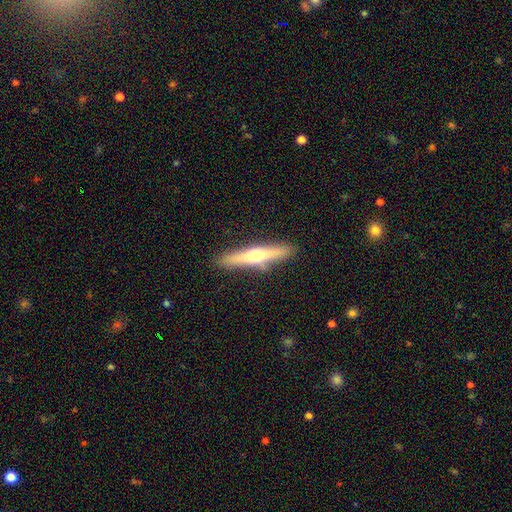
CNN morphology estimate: featured or disk 55%, smooth 39%, star or artifact 6%. Down the decision tree: edge-on disk — yes (94%); edge-on bulge — rounded (89%); merging — none (89%).